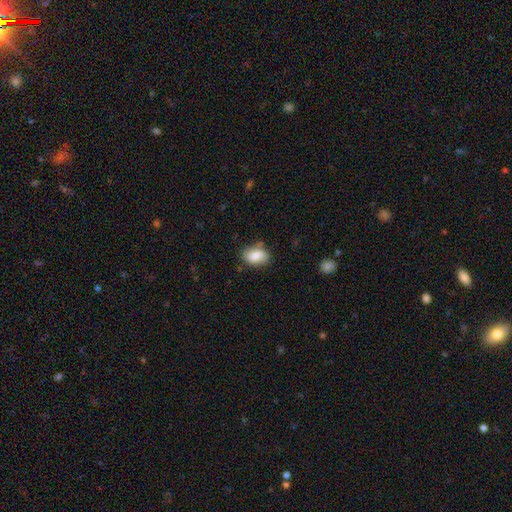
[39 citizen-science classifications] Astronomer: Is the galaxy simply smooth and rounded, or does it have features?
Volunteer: smooth — 87%.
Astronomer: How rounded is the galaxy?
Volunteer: in between — 85%.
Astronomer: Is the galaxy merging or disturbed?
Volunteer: none — 81%.